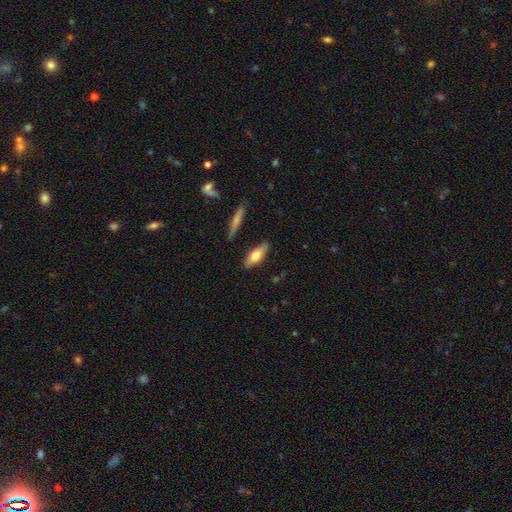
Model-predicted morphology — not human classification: smooth 62%, featured or disk 32%, star or artifact 6%. Down the decision tree: how rounded — in between (61%); merging — none (85%).